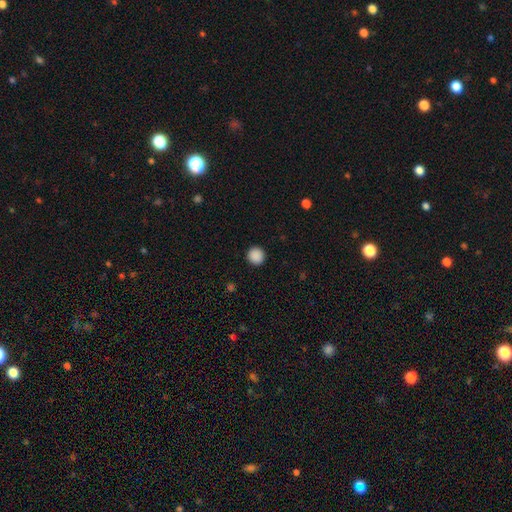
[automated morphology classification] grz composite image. It shows a smooth galaxy with no disk features (89%) that is round (94%). Merging: none (93%).